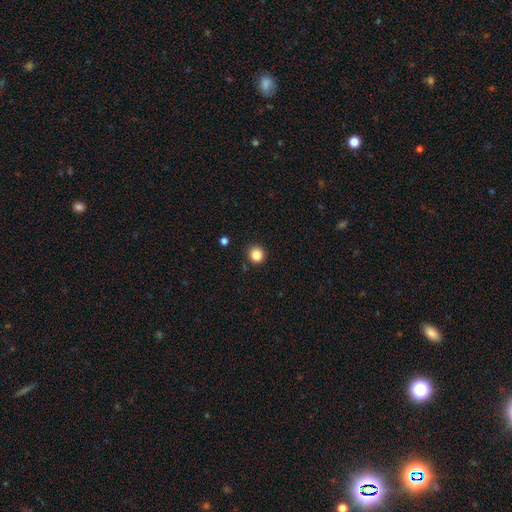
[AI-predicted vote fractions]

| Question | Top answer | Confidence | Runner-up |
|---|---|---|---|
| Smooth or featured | smooth | 85% | star or artifact (11%) |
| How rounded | round | 91% | in between (8%) |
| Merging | none | 90% | minor disturbance (6%) |